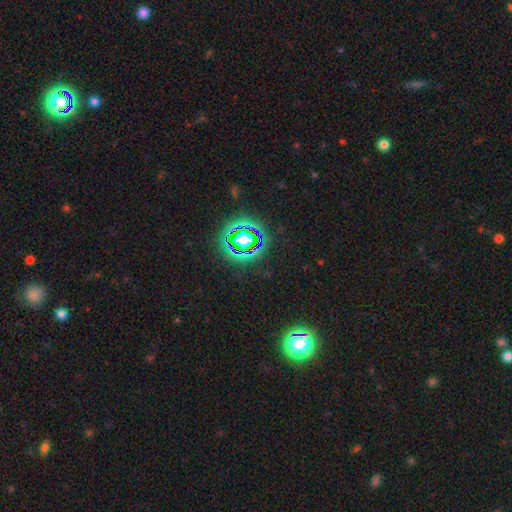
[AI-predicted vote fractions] Morphology: type=star or artifact (79%).